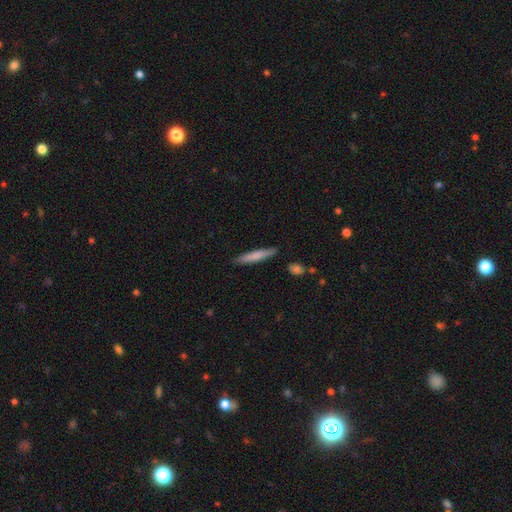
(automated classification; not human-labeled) This is likely a smooth galaxy (74%). How rounded: clearly cigar-shaped (93%). Merging: clearly none (87%).